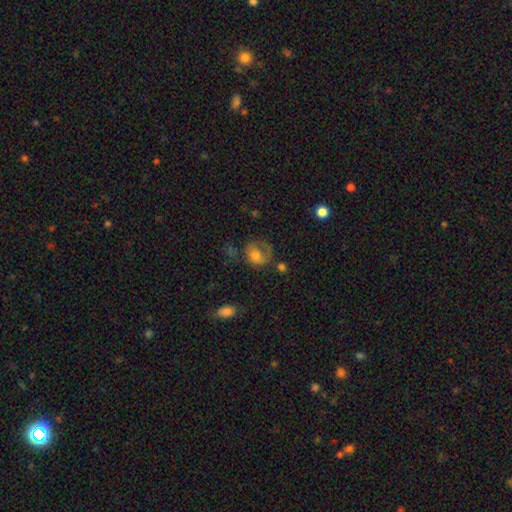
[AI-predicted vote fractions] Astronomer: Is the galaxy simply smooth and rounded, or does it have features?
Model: smooth — 55% (runner-up: featured or disk, 36%).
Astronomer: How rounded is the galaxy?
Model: round — 61% (runner-up: in between, 38%).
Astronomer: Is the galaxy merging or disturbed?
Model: none — 41% (runner-up: major disturbance, 28%).